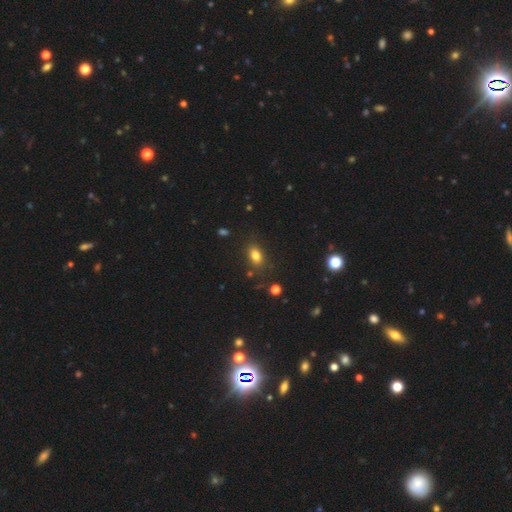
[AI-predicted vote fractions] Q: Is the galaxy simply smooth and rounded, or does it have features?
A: smooth — 79%.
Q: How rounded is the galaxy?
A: in between — 79%.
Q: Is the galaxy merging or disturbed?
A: none — 81%.